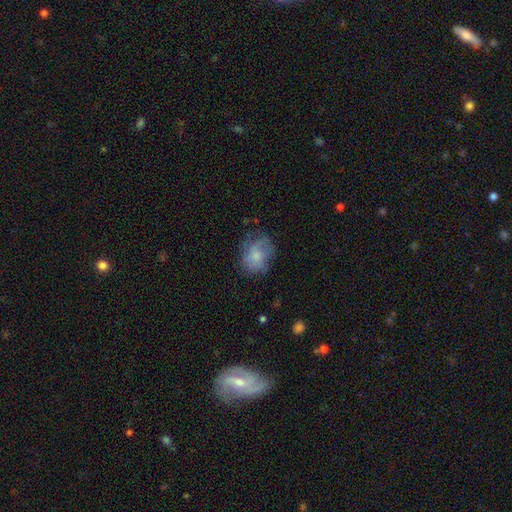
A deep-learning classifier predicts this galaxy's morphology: smooth 61%, featured or disk 29%, star or artifact 10%. Down the decision tree: how rounded — in between (52%); merging — none (54%).